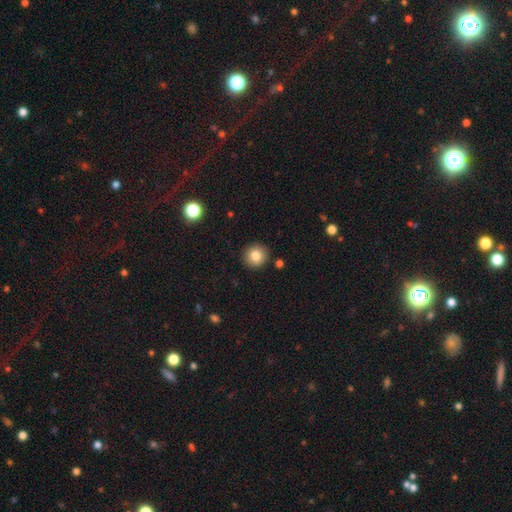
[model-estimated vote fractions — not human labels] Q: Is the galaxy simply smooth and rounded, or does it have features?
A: smooth — 82%.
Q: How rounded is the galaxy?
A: round — 92%.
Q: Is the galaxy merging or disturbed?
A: none — 90%.